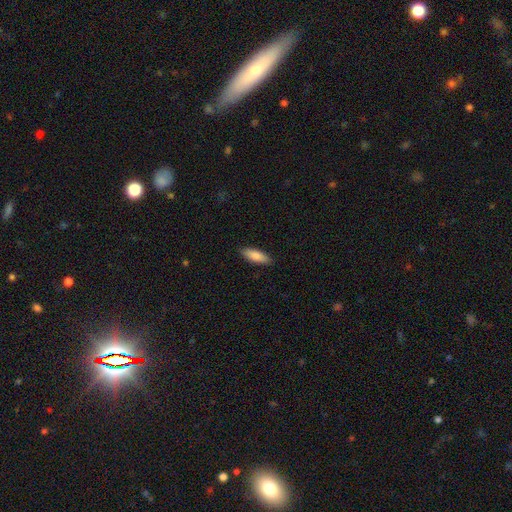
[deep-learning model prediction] The model was most divided on "how rounded": in between: 59%, cigar-shaped: 39%, round: 2%. More confident: merging — none (89%); smooth or featured — smooth (86%).